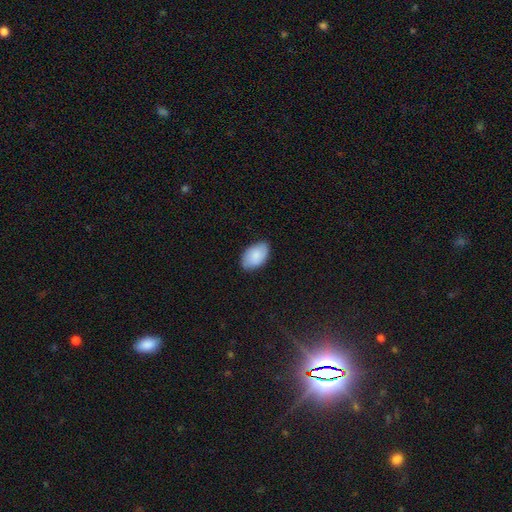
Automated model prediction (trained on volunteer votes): Morphology: type=smooth (86%); roundness=in between (94%); merging=none (82%).